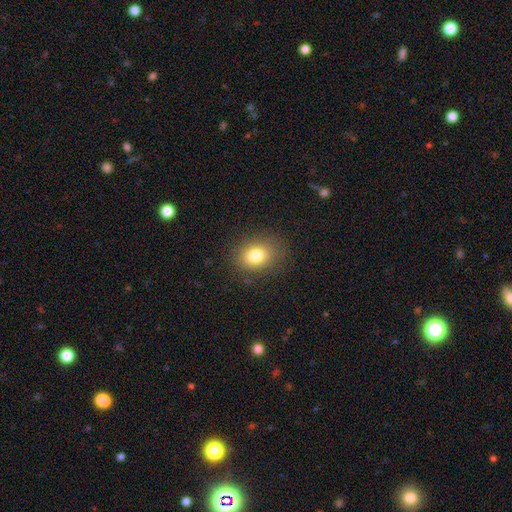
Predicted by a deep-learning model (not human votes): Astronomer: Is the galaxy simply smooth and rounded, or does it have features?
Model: smooth — 79%.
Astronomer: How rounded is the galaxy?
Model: in between — 56% (runner-up: round, 43%).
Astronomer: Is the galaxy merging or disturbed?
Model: none — 84%.